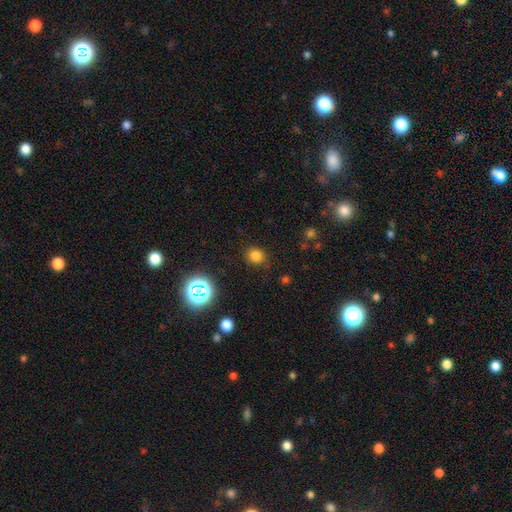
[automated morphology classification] This appears to be a smooth galaxy with no disk features (77%) that is round (81%). Merging: none (83%).